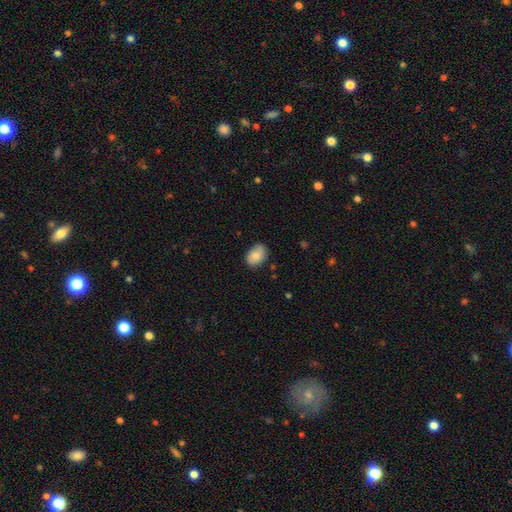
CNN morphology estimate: Smooth or featured? smooth (82%)
How rounded? in between (81%)
Merging? none (78%)